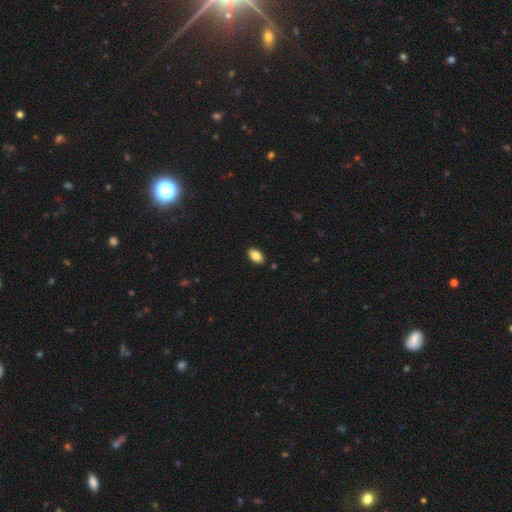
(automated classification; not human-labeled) This is clearly a smooth galaxy (85%). How rounded: clearly in between (92%). Merging: clearly none (88%).